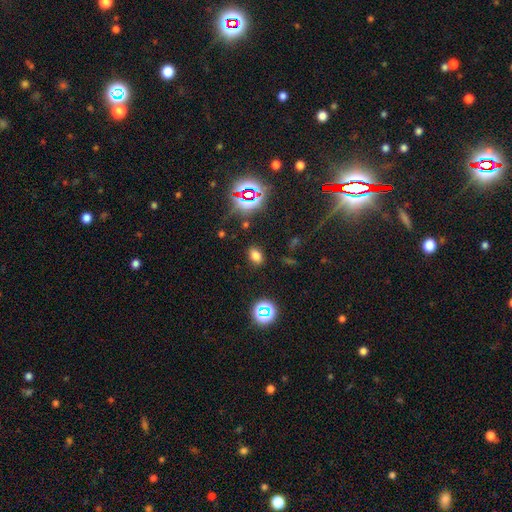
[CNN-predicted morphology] A smooth galaxy with no disk features (71%) that is in between round and cigar-shaped (80%). Merging: none (85%).